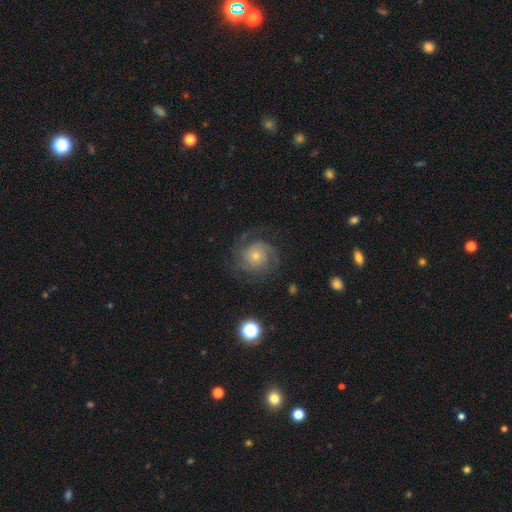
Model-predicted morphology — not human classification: A featured or disk galaxy (78%) with no bar (81%), 2 (36%) tight (57%) spiral arms (95%) and a small central bulge (62%).

Vote fractions:
- Smooth or featured? featured or disk: 78% / smooth: 14% / star or artifact: 9%
- Edge-on disk? no: 98% / yes: 2%
- Bar? no: 81% / weak: 16% / strong: 3%
- Spiral arms? yes: 95% / no: 5%
- Spiral winding? tight: 57% / medium: 33% / loose: 10%
- Spiral arm count? 2: 36% / can't tell: 23% / 3: 22% / 4: 7% / 1: 6% / more than 4: 6%
- Bulge size? small: 62% / moderate: 30% / large: 3% / none: 2% / dominant: 1%
- Merging? none: 76% / minor disturbance: 13% / major disturbance: 9% / merger: 1%